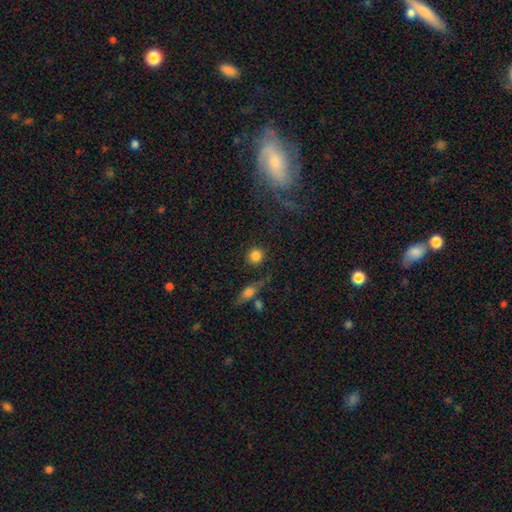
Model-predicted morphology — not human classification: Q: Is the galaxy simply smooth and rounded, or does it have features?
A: smooth — 83%.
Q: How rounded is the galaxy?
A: round — 91%.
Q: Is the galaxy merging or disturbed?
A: none — 82%.